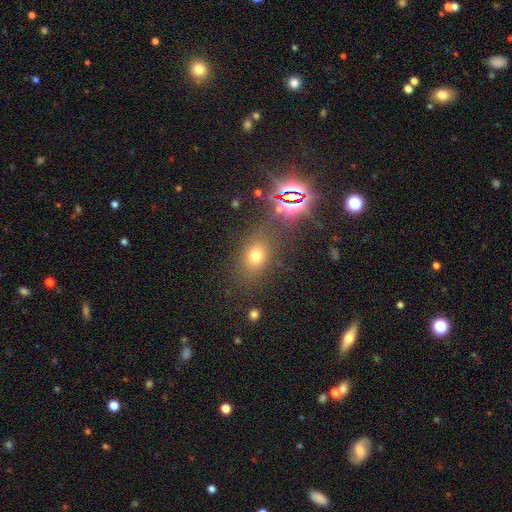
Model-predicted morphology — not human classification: A smooth galaxy with no disk features (64%) that is in between round and cigar-shaped (55%). Merging: none (71%).